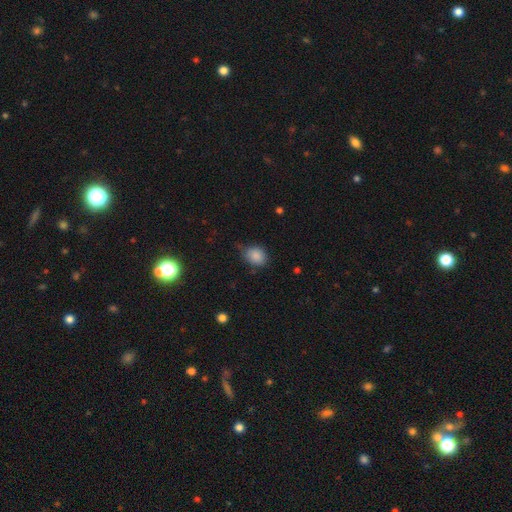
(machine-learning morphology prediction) A smooth galaxy with no disk features (85%) that is in between round and cigar-shaped (54%).

Vote fractions:
- Smooth or featured? smooth: 85% / star or artifact: 9% / featured or disk: 5%
- How rounded? in between: 54% / round: 44% / cigar-shaped: 1%
- Merging? none: 58% / minor disturbance: 33% / major disturbance: 7% / merger: 2%